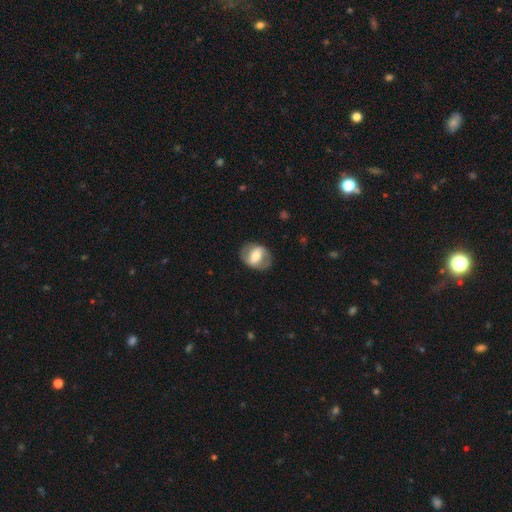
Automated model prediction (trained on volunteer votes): A featured or disk galaxy (51%). Merging: none (81%).